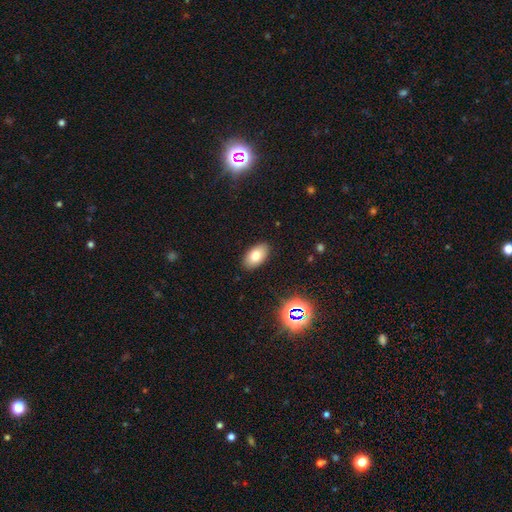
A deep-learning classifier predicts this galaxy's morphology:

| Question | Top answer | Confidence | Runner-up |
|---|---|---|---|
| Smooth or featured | smooth | 76% | featured or disk (13%) |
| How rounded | in between | 93% | round (5%) |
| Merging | none | 88% | minor disturbance (9%) |